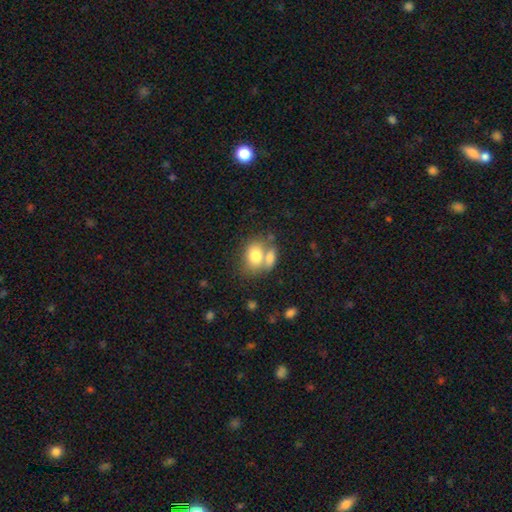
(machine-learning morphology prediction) Q: Smooth or featured?
A: smooth (77%); runner-up: featured or disk (16%)
Q: How rounded?
A: in between (64%); runner-up: round (34%)
Q: Merging?
A: merger (50%); runner-up: none (35%)